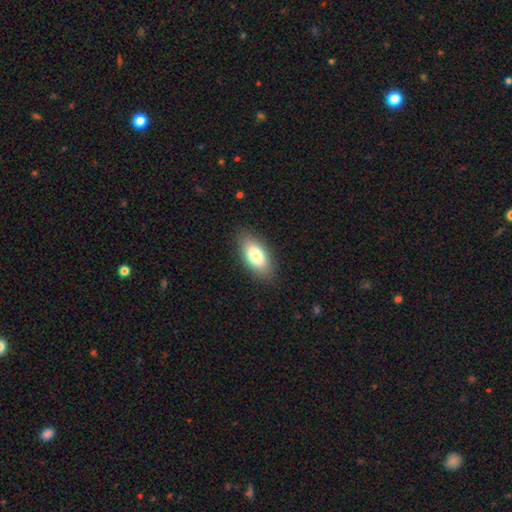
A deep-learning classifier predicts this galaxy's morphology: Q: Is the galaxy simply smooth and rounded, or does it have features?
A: smooth — 79%.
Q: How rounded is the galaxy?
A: in between — 88%.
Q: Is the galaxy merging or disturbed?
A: none — 86%.